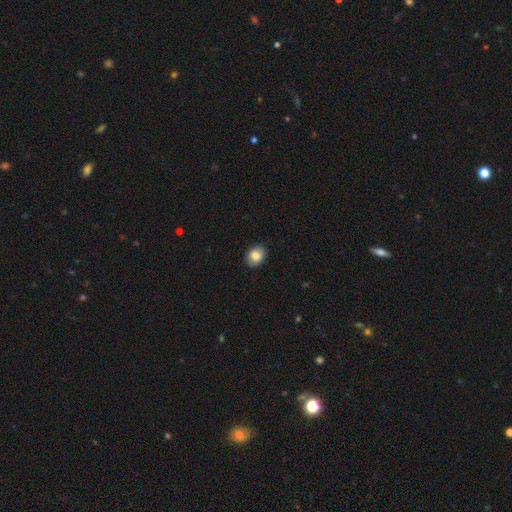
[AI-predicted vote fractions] smooth 85%, star or artifact 8%, featured or disk 7%. Down the decision tree: how rounded — in between (64%); merging — none (88%).